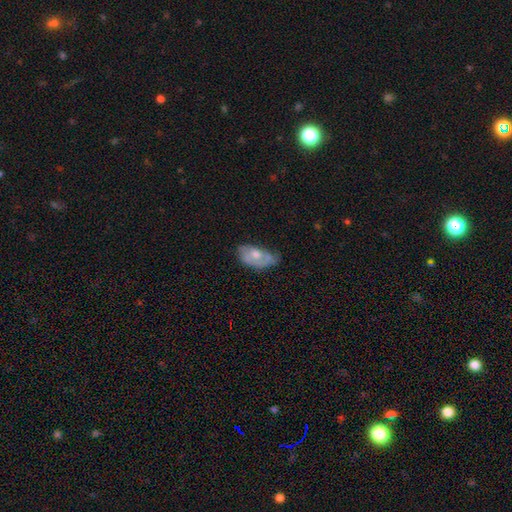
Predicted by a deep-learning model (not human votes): This appears to be a featured or disk galaxy (49%). Merging: none (38%).